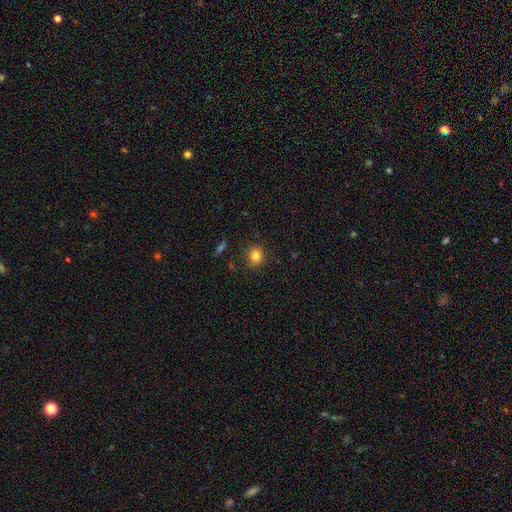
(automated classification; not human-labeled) A smooth galaxy with no disk features (83%) that is round (84%).

Vote fractions:
- Smooth or featured? smooth: 83% / star or artifact: 11% / featured or disk: 6%
- How rounded? round: 84% / in between: 15% / cigar-shaped: 1%
- Merging? none: 89% / minor disturbance: 8% / major disturbance: 2% / merger: 1%